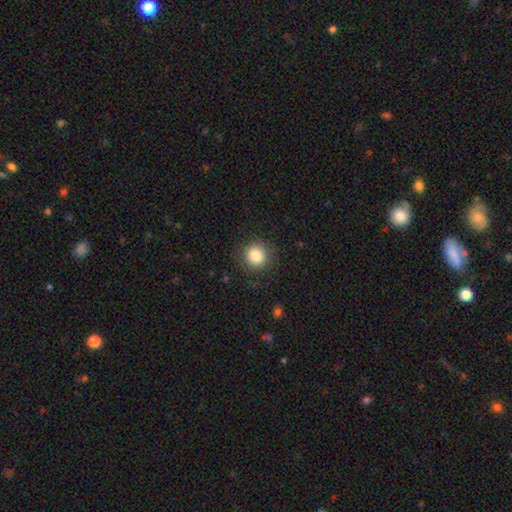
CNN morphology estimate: Overall: smooth (84%). How rounded: round (91%). Merging: none (87%).